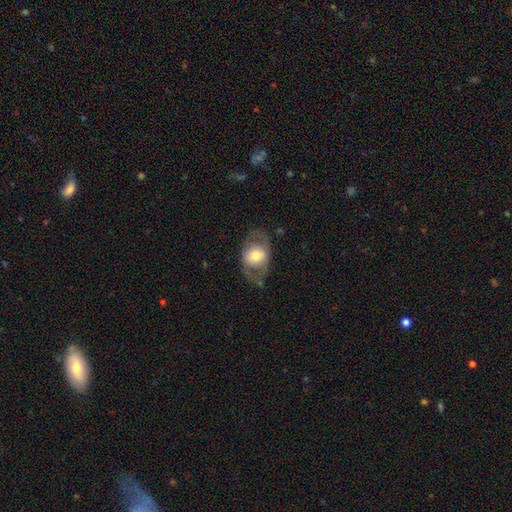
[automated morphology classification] featured or disk 47% (tied), smooth 47% (tied), star or artifact 6%. Down the decision tree: merging — none (69%).